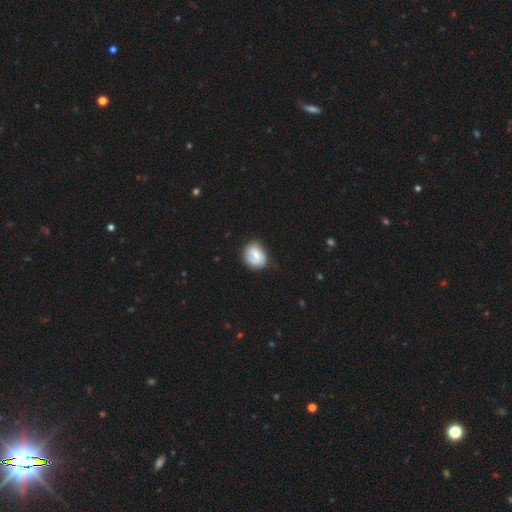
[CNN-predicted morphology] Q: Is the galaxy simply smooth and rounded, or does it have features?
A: smooth — 59%.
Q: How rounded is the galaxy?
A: round — 61%.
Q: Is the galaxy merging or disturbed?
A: none — 67%.